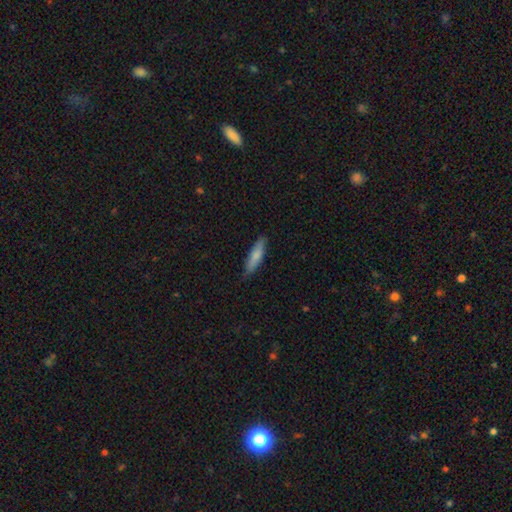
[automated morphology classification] This is likely a smooth galaxy (78%). How rounded: likely cigar-shaped (70%). Merging: clearly none (82%).